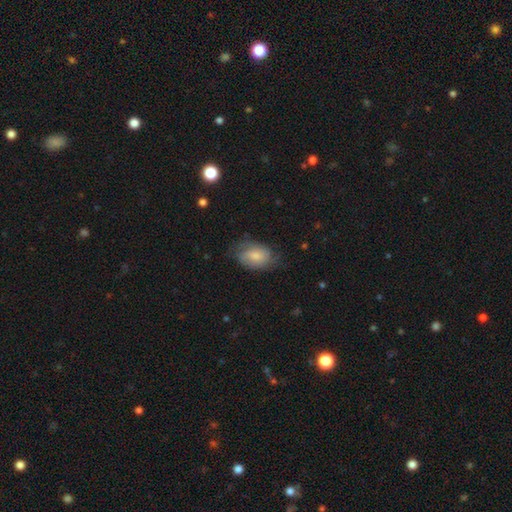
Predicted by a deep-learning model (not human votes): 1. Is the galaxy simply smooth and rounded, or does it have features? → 59% smooth, 34% featured or disk, 7% star or artifact.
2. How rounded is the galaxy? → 88% in between, 10% round, 2% cigar-shaped.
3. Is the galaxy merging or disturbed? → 62% none, 27% minor disturbance, 10% major disturbance, 1% merger.